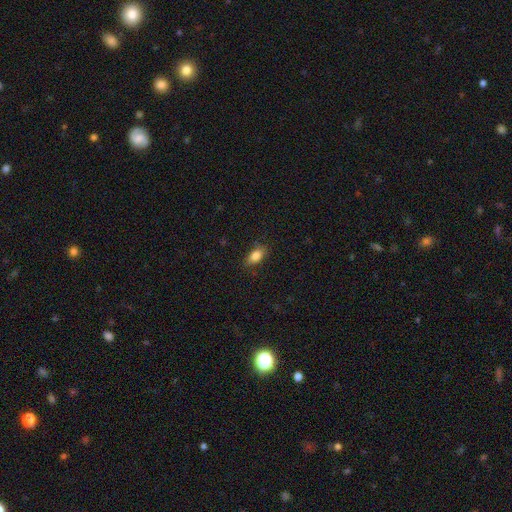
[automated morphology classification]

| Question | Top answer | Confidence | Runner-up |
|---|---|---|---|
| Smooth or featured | smooth | 84% | star or artifact (8%) |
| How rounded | in between | 86% | cigar-shaped (7%) |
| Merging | none | 80% | minor disturbance (16%) |